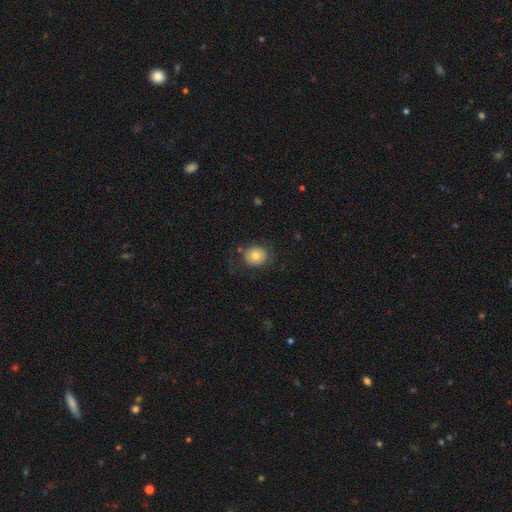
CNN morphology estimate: The model was most divided on "smooth or featured": smooth: 72%, featured or disk: 19%, star or artifact: 9%. More confident: how rounded — round (81%); merging — none (74%).